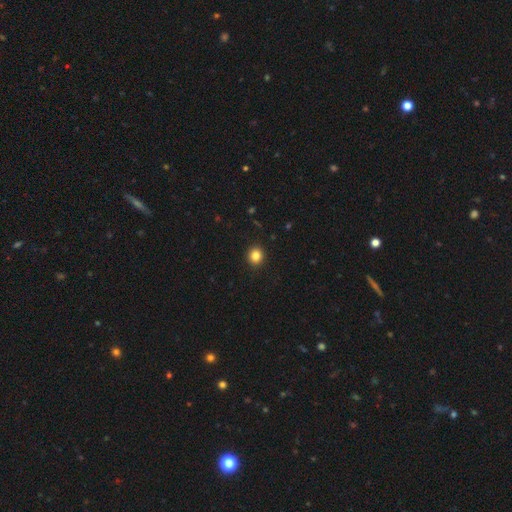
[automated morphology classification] The model was most divided on "smooth or featured": smooth: 84%, star or artifact: 11%, featured or disk: 5%. More confident: merging — none (93%); how rounded — round (88%).